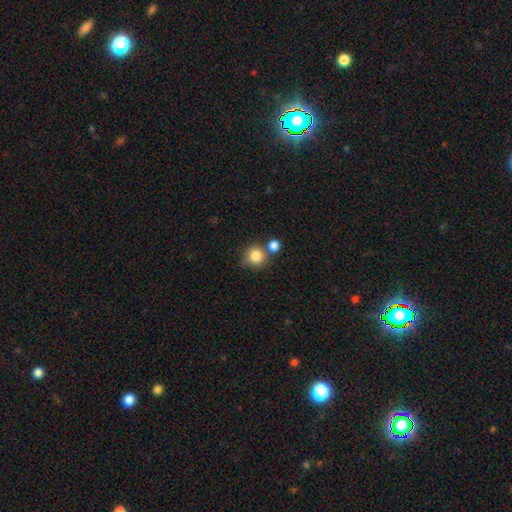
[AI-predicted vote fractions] Smooth or featured? Predicted: smooth (p=0.83). How rounded? Predicted: round (p=0.91). Merging? Predicted: none (p=0.63).